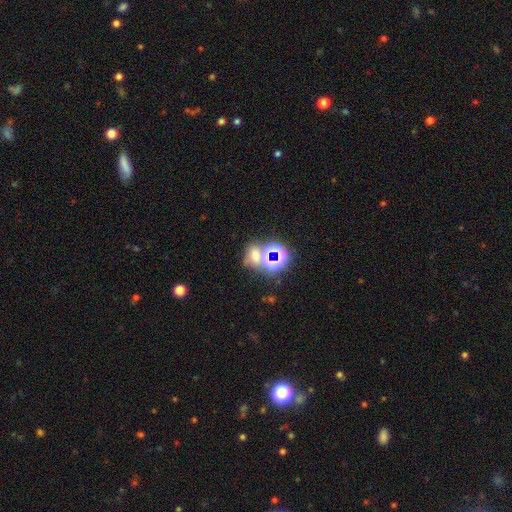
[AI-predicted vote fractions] This is possibly a smooth galaxy (46%). Merging: possibly none (49%).